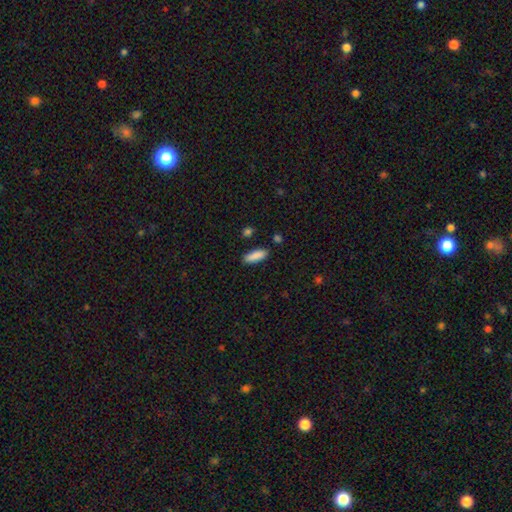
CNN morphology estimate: This appears to be a smooth galaxy with no disk features (89%) that is in between round and cigar-shaped (57%). Merging: none (86%).